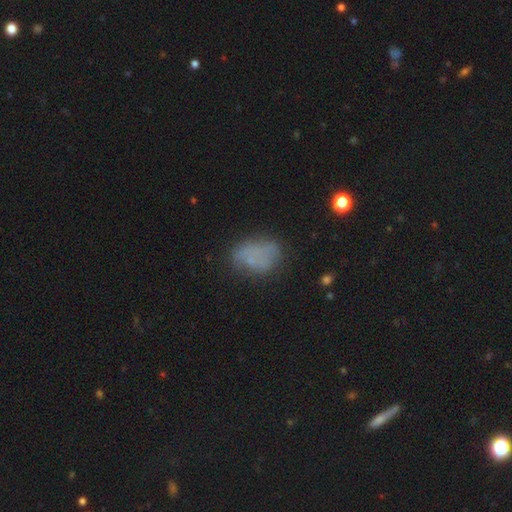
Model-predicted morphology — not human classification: Smooth or featured? Predicted: smooth (p=0.58). How rounded? Predicted: in between (p=0.78). Merging? Predicted: none (p=0.56).